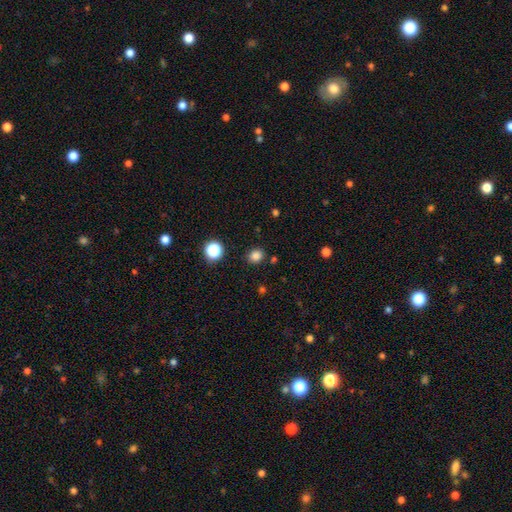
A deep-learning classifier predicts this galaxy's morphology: Smooth or featured: smooth — 83% (star or artifact — 14%)
How rounded: round — 70% (in between — 29%)
Merging: none — 87% (minor disturbance — 8%)